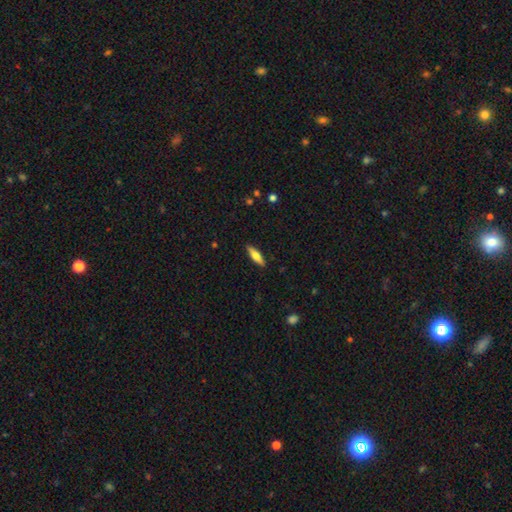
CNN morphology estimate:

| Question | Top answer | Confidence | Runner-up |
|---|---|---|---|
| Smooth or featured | smooth | 61% | featured or disk (33%) |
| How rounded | cigar-shaped | 59% | in between (39%) |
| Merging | none | 89% | minor disturbance (8%) |